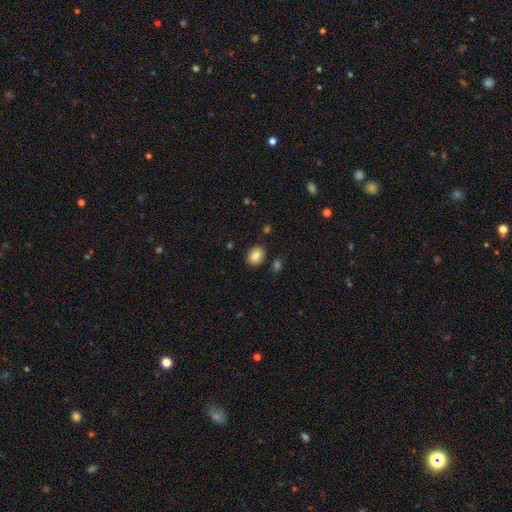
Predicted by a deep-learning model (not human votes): Overall: smooth (85%). How rounded: in between (68%; round 31%). Merging: none (82%).